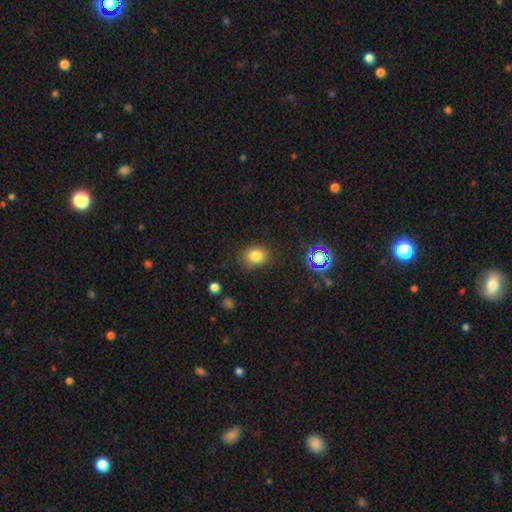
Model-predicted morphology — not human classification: Smooth or featured? smooth (80%)
How rounded? in between (51%)
Merging? none (82%)